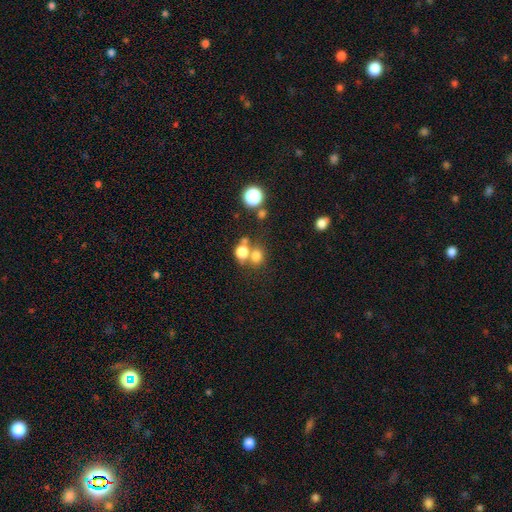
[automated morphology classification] This is likely a smooth galaxy (74%). How rounded: likely round (73%). Merging: possibly none (49%).